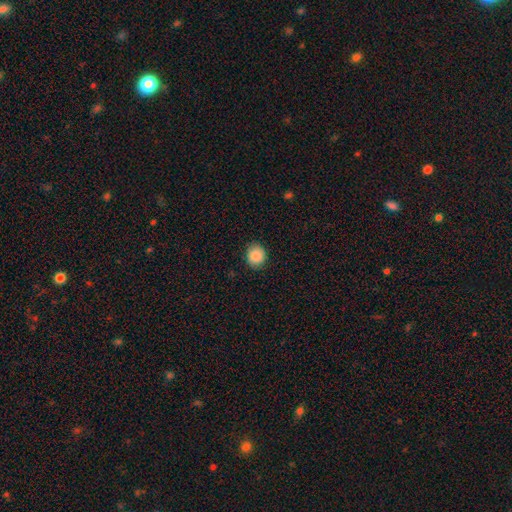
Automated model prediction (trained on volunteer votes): This is clearly a smooth galaxy (88%). How rounded: likely round (77%). Merging: clearly none (87%).